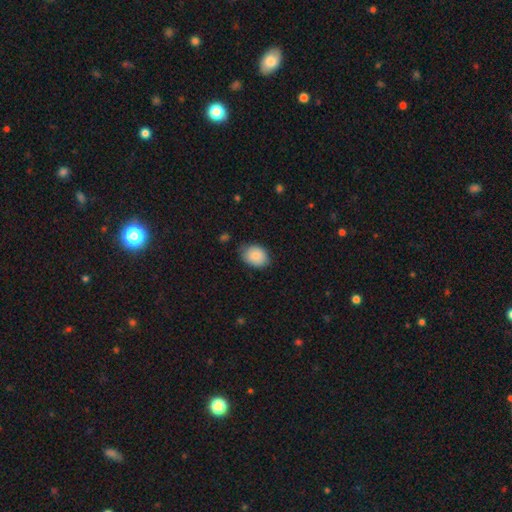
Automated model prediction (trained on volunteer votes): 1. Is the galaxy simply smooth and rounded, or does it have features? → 85% smooth, 8% featured or disk, 7% star or artifact.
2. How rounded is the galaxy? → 62% in between, 37% round, 1% cigar-shaped.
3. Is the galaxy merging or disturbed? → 73% none, 22% minor disturbance, 4% major disturbance, 1% merger.